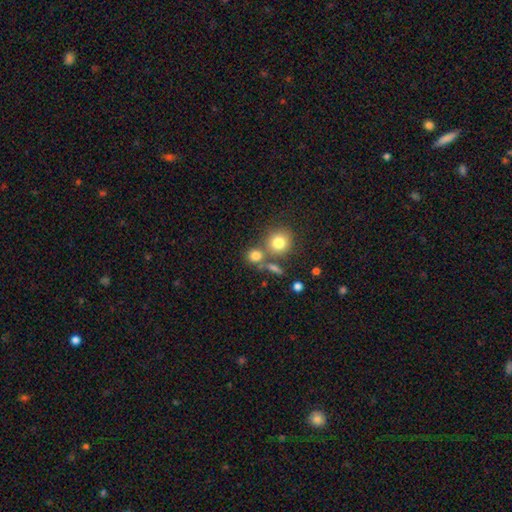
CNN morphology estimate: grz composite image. It shows a smooth galaxy with no disk features (78%) that is round (82%). Merging: none (59%).